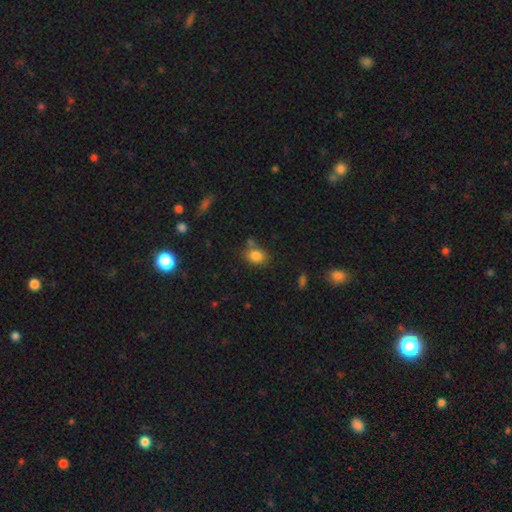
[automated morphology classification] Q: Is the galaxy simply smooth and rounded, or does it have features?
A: smooth — 84%.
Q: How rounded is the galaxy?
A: in between — 66%.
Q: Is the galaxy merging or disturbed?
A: none — 68%.